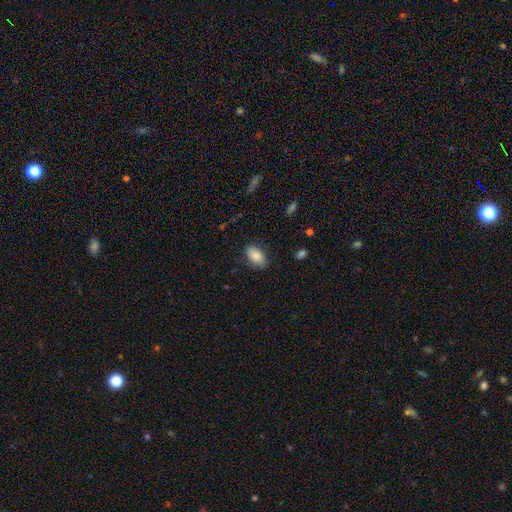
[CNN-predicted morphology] A smooth galaxy with no disk features (85%) that is in between round and cigar-shaped (92%). Merging: none (78%).